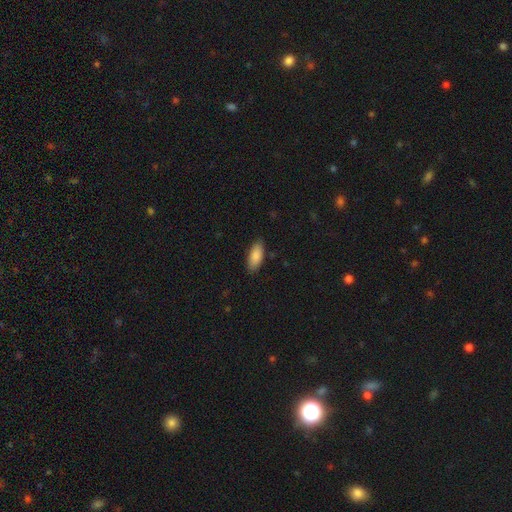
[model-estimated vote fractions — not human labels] smooth-or-featured: smooth: 88% | featured or disk: 6% | star or artifact: 6%
  how-rounded: in between: 83% | cigar-shaped: 15% | round: 2%
  merging: none: 85% | minor disturbance: 12% | major disturbance: 2% | merger: 1%